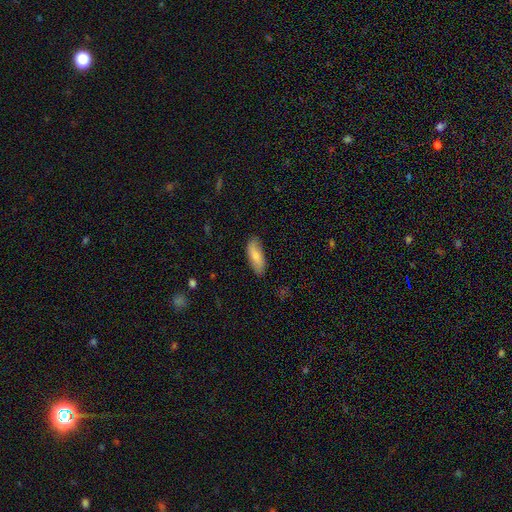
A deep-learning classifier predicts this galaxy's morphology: Smooth or featured?
  - smooth: 77% *
  - featured or disk: 17%
  - star or artifact: 6%
How rounded?
  - in between: 72% *
  - cigar-shaped: 26%
  - round: 2%
Merging?
  - none: 82% *
  - minor disturbance: 14%
  - major disturbance: 3%
  - merger: 1%